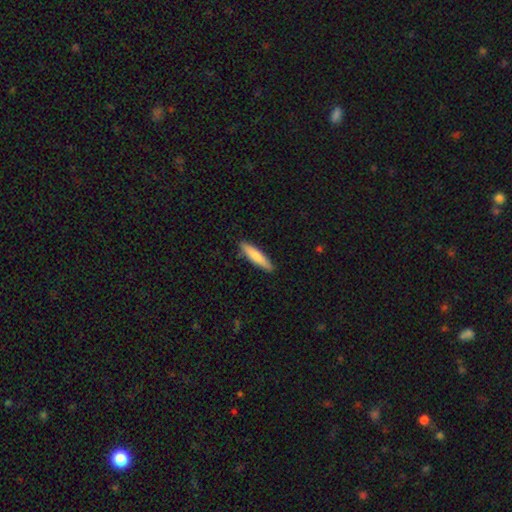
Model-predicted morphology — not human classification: Smooth or featured? Predicted: smooth (p=0.80). How rounded? Predicted: cigar-shaped (p=0.82). Merging? Predicted: none (p=0.88).